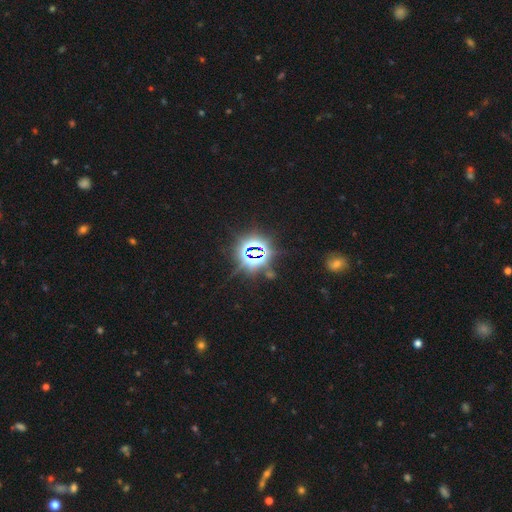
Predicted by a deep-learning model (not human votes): Smooth or featured: star or artifact — 82% (smooth — 10%)